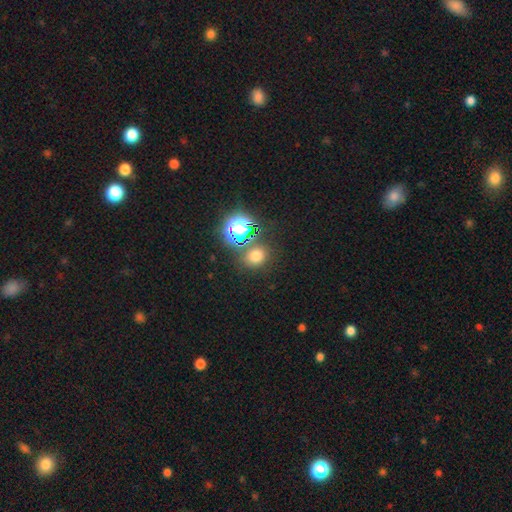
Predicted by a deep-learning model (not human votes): Overall: smooth (65%; star or artifact 28%). How rounded: round (70%). Merging: none (78%).